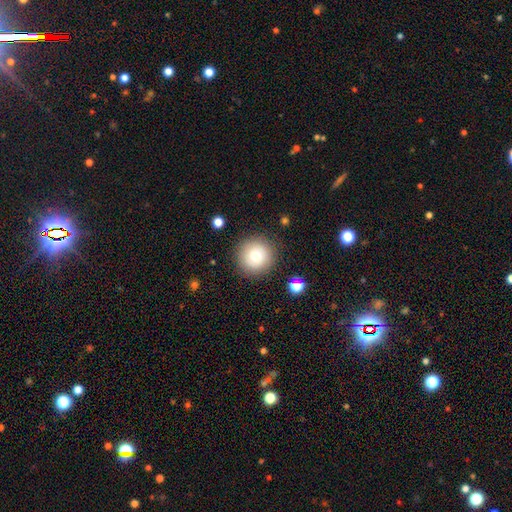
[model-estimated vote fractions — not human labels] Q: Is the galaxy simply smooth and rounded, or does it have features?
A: smooth — 73%.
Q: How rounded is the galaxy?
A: round — 95%.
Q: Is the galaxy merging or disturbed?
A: none — 88%.